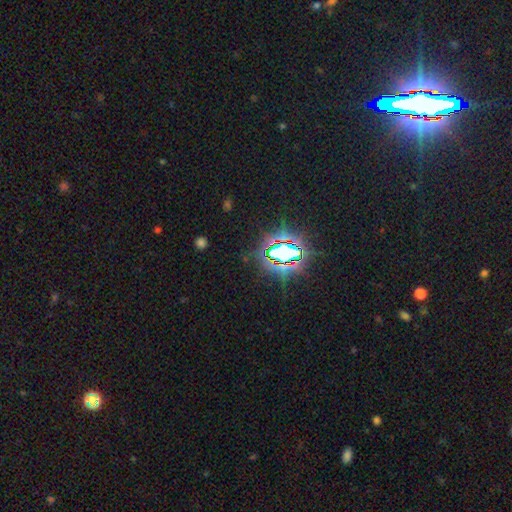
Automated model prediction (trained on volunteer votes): Smooth or featured? Predicted: star or artifact (p=0.81).